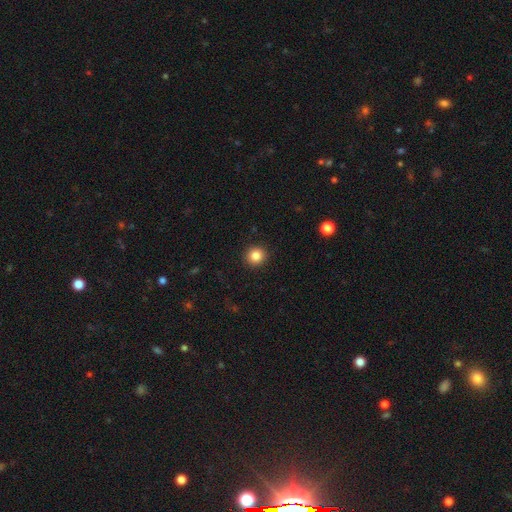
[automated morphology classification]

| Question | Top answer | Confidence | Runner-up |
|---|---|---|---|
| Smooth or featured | smooth | 85% | star or artifact (11%) |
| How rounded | round | 93% | in between (6%) |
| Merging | none | 92% | minor disturbance (5%) |